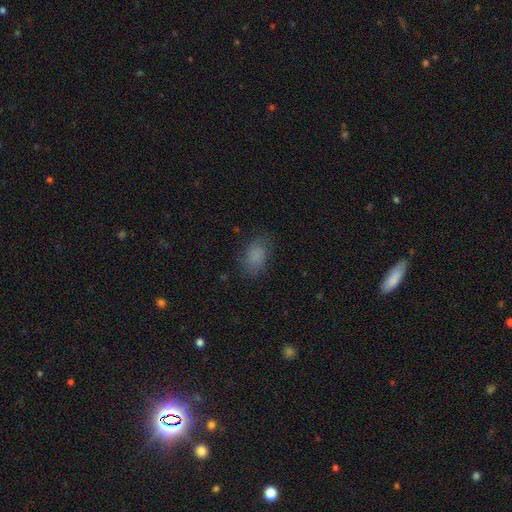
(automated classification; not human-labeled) smooth 82%, star or artifact 11%, featured or disk 8%. Down the decision tree: how rounded — in between (80%); merging — none (74%).